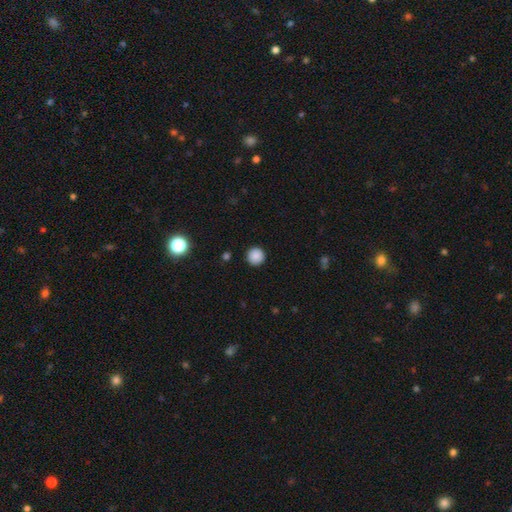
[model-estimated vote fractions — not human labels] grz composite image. It shows a smooth galaxy with no disk features (87%) that is round (96%). Merging: none (92%).